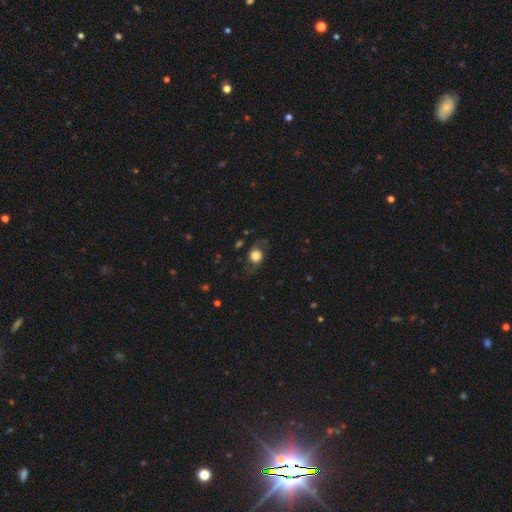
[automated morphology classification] Smooth or featured: smooth — 67% (featured or disk — 23%)
How rounded: round — 71% (in between — 27%)
Merging: none — 66% (minor disturbance — 19%)